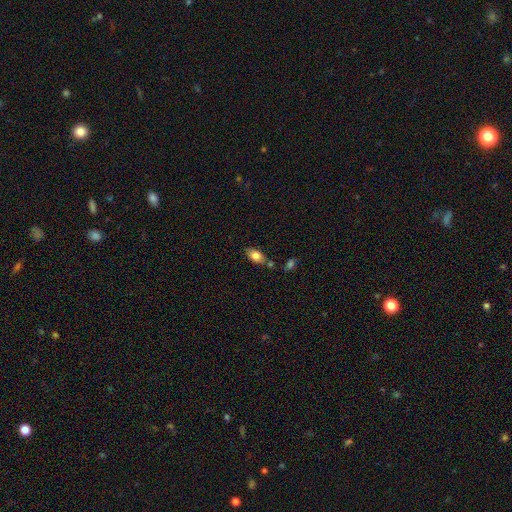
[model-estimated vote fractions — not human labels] The model was most divided on "merging": none: 71%, minor disturbance: 15%, merger: 11%, major disturbance: 3%. More confident: how rounded — in between (90%); smooth or featured — smooth (81%).